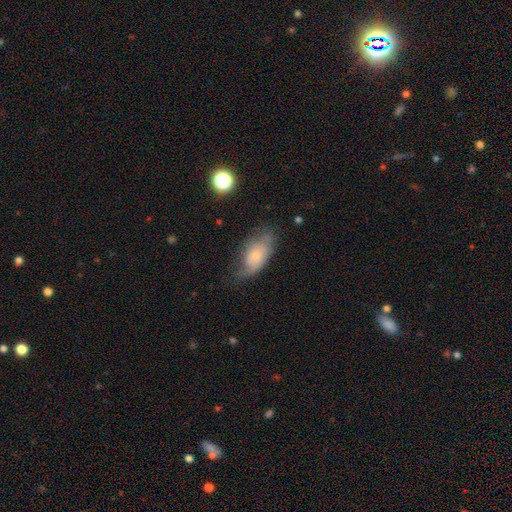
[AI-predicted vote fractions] Smooth or featured? smooth (52%)
How rounded? in between (90%)
Merging? none (48%)